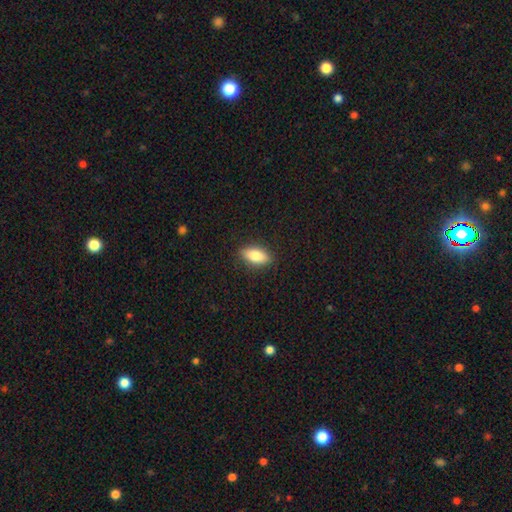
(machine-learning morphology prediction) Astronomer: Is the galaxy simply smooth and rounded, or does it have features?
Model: smooth — 81%.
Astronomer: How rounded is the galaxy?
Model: in between — 83%.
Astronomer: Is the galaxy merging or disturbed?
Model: none — 89%.